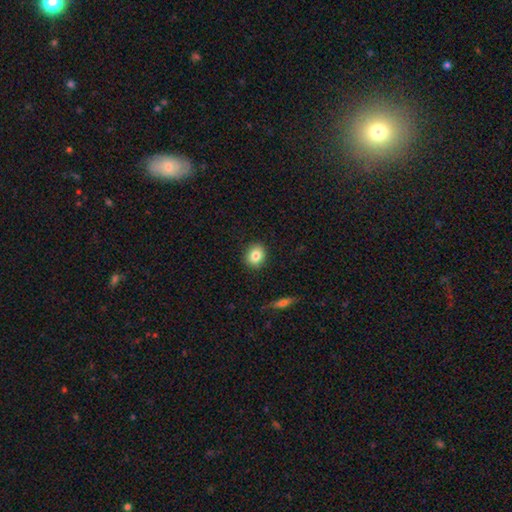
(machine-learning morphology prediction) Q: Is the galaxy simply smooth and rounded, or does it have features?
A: smooth — 83%.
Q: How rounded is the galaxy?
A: round — 70%.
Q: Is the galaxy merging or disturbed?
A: none — 90%.